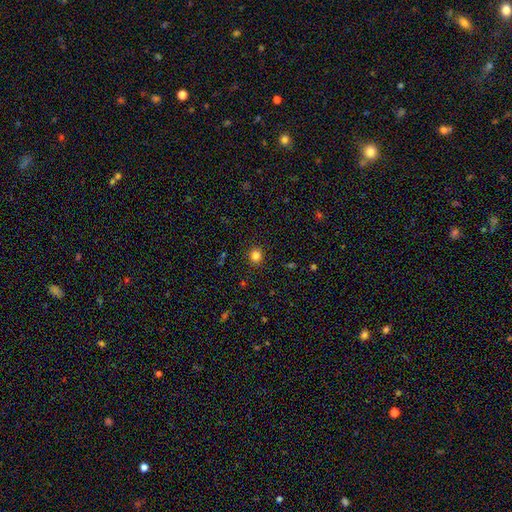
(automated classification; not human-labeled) Smooth or featured? smooth (82%)
How rounded? round (84%)
Merging? none (90%)